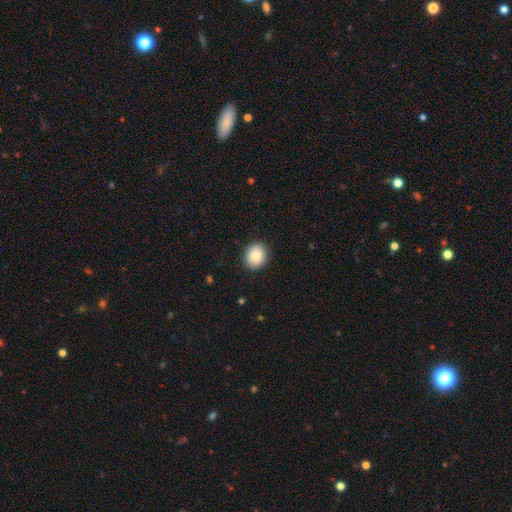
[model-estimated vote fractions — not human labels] Smooth or featured? Predicted: smooth (p=0.84). How rounded? Predicted: round (p=0.62). Merging? Predicted: none (p=0.88).